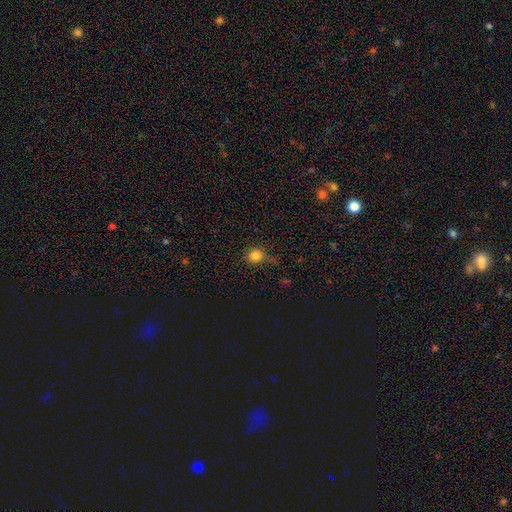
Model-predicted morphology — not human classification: smooth 81%, star or artifact 14%, featured or disk 6%. Down the decision tree: how rounded — round (88%); merging — none (67%).